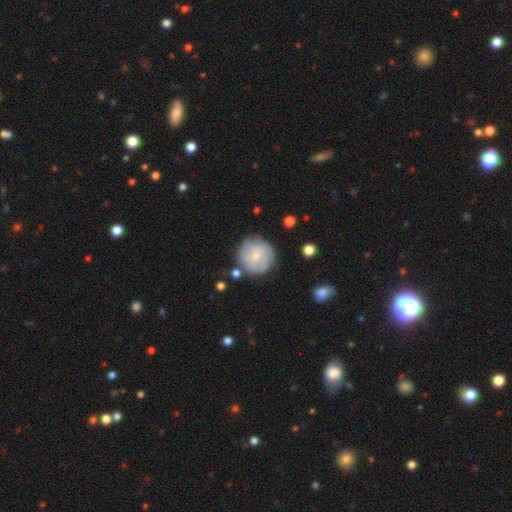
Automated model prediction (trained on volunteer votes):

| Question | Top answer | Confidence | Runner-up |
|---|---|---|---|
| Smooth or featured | smooth | 61% | featured or disk (32%) |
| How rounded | round | 93% | in between (6%) |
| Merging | none | 75% | minor disturbance (16%) |